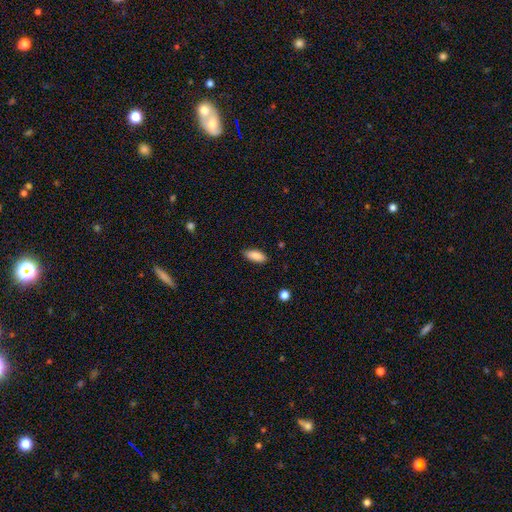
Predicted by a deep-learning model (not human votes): This is clearly a smooth galaxy (87%). How rounded: clearly in between (81%). Merging: clearly none (85%).